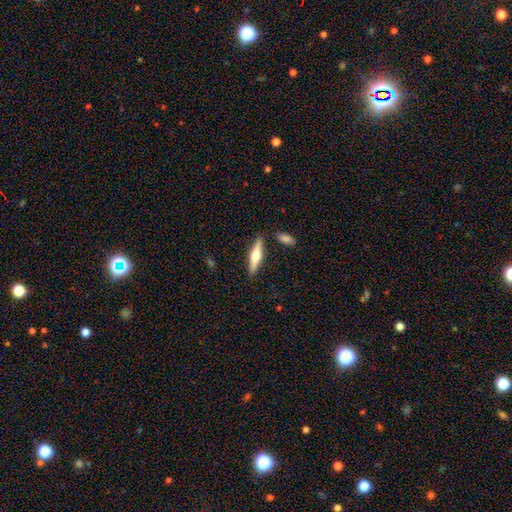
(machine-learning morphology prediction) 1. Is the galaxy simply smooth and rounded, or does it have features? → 56% featured or disk, 38% smooth, 5% star or artifact.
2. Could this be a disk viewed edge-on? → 96% yes, 4% no.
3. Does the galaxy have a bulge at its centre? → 93% rounded, 4% boxy, 3% none.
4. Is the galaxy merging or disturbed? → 85% none, 8% minor disturbance, 4% merger, 2% major disturbance.